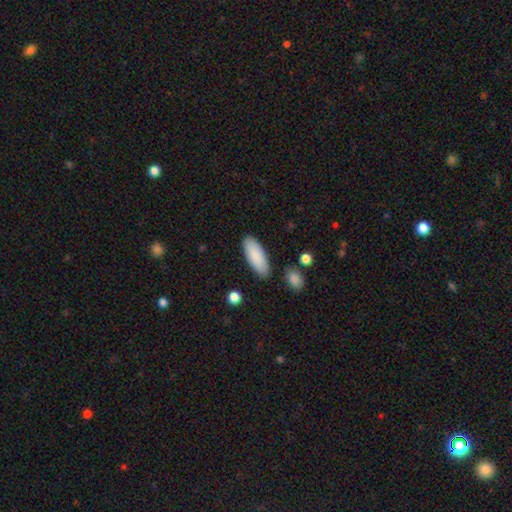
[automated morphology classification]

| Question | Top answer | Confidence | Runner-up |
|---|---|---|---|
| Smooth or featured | smooth | 88% | featured or disk (6%) |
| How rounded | in between | 71% | cigar-shaped (27%) |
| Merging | none | 86% | minor disturbance (9%) |